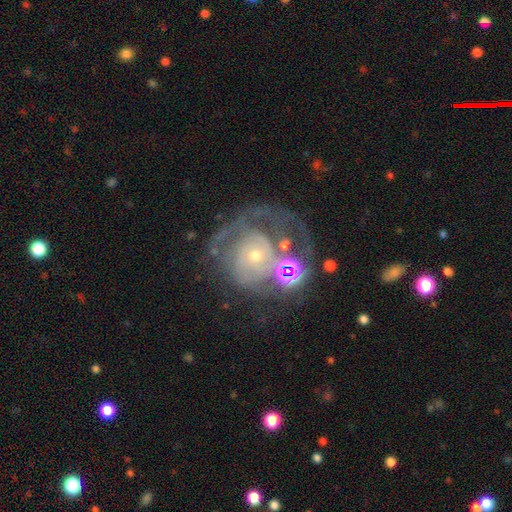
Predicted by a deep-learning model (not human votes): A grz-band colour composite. It shows a featured or disk galaxy (73%) with no bar (79%), tight (54%) spiral arms (77%) and a small central bulge (61%). Merging: none (39%).